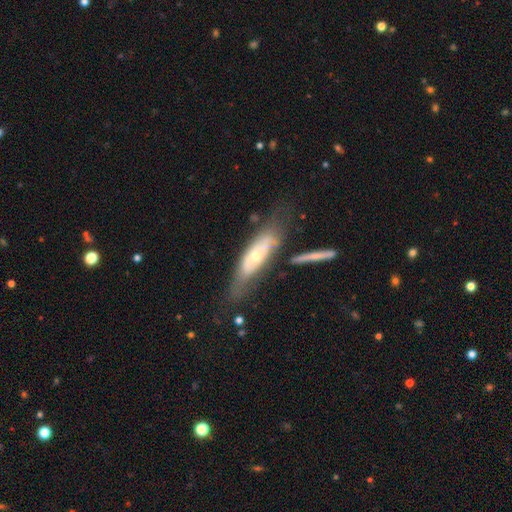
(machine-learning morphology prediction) smooth-or-featured: featured or disk: 56% | smooth: 38% | star or artifact: 6%
  disk-edge-on: no: 64% | yes: 36%
  merging: none: 51% | minor disturbance: 25% | major disturbance: 15% | merger: 9%